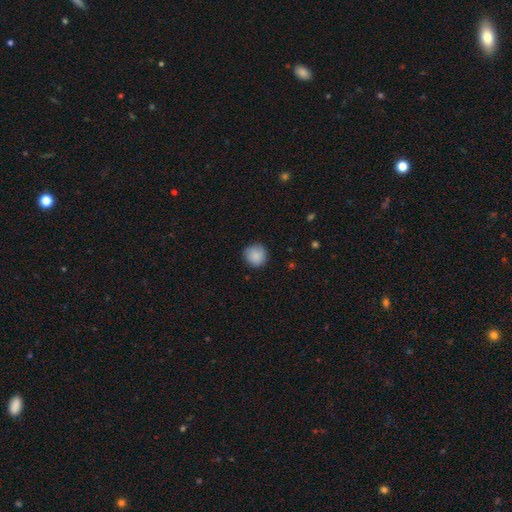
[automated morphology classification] Smooth or featured?
  - smooth: 87% *
  - star or artifact: 7%
  - featured or disk: 6%
How rounded?
  - round: 92% *
  - in between: 7%
  - cigar-shaped: 1%
Merging?
  - none: 84% *
  - minor disturbance: 12%
  - major disturbance: 3%
  - merger: 1%